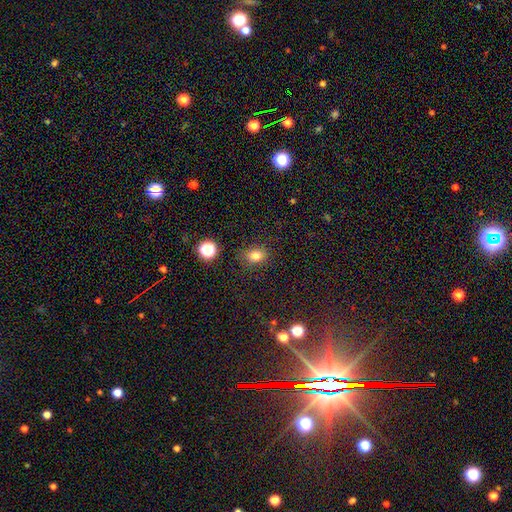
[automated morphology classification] Q: Smooth or featured?
A: smooth (79%); runner-up: star or artifact (14%)
Q: How rounded?
A: in between (63%); runner-up: round (35%)
Q: Merging?
A: none (82%); runner-up: minor disturbance (12%)